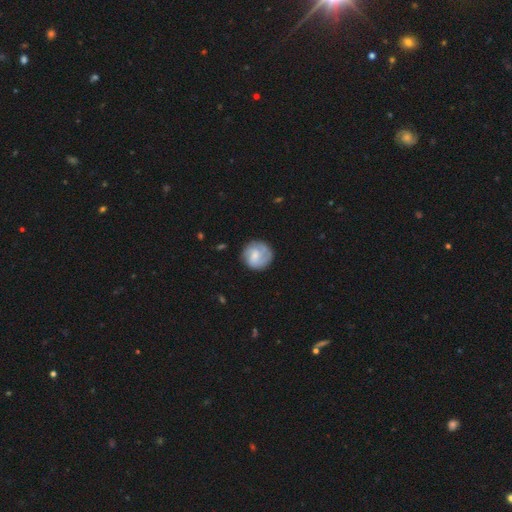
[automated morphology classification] Q: Smooth or featured?
A: smooth (54%); runner-up: featured or disk (39%)
Q: How rounded?
A: round (90%); runner-up: in between (9%)
Q: Merging?
A: none (74%); runner-up: minor disturbance (18%)